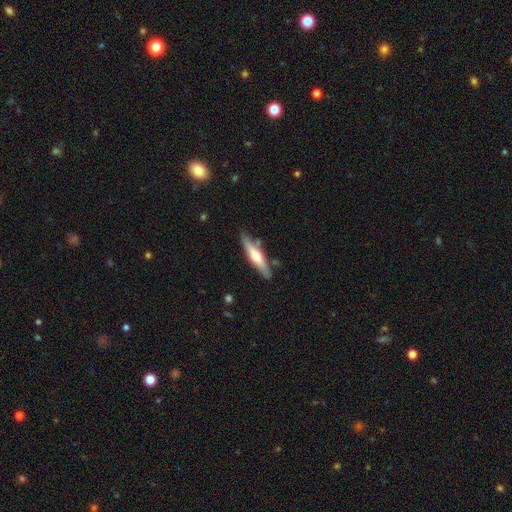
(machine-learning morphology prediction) smooth-or-featured: featured or disk: 48% | smooth: 46% | star or artifact: 5%
  merging: none: 80% | minor disturbance: 14% | merger: 4% | major disturbance: 3%